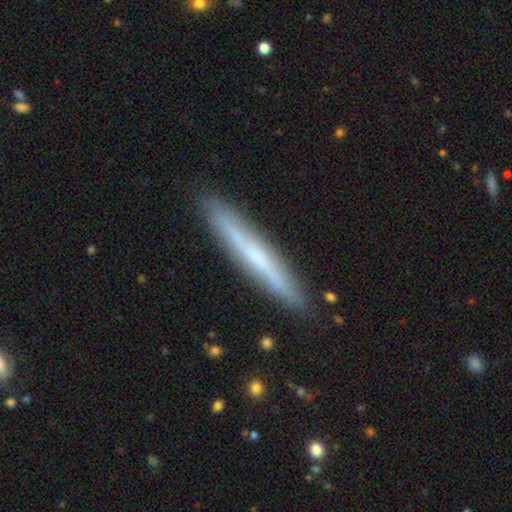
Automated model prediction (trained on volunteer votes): Smooth or featured? Predicted: featured or disk (p=0.48). Merging? Predicted: none (p=0.88).